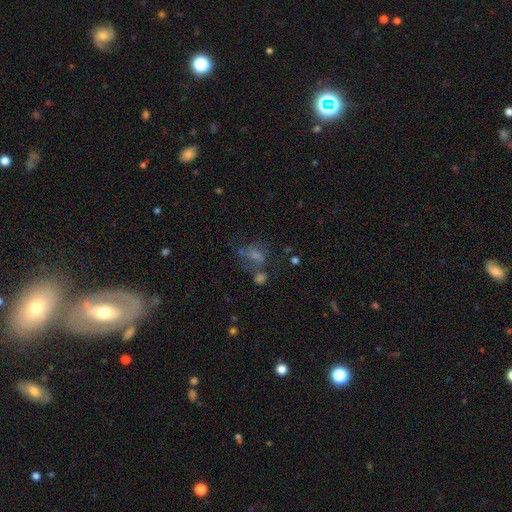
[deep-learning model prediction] Smooth or featured?
  - star or artifact: 35% *
  - smooth: 34%
  - featured or disk: 32%